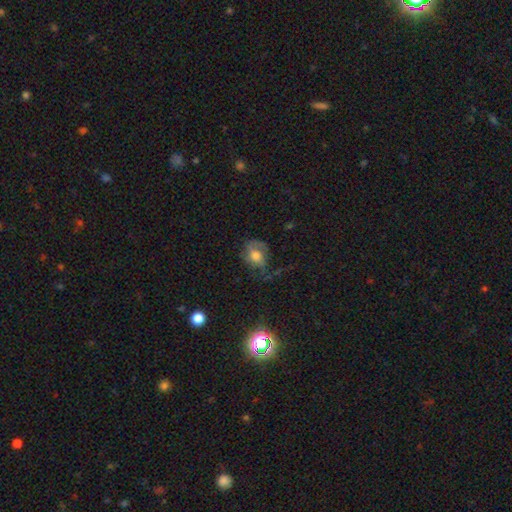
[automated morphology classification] type=smooth (48%); merging=none (40%).